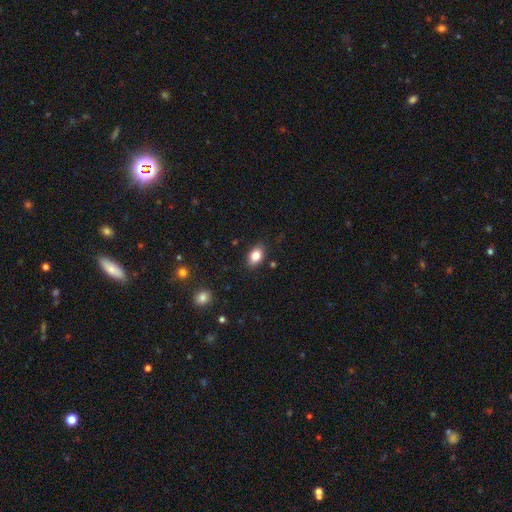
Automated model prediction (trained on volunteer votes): This appears to be a smooth galaxy with no disk features (83%) that is in between round and cigar-shaped (86%). Merging: none (86%).